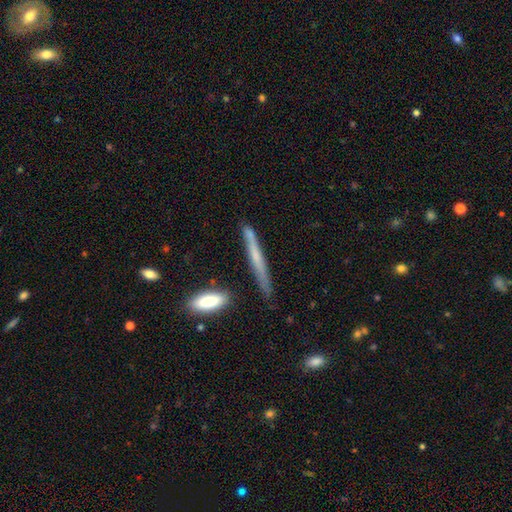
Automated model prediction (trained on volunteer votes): This is possibly a smooth galaxy (50%). How rounded: clearly cigar-shaped (95%). Merging: likely none (74%).